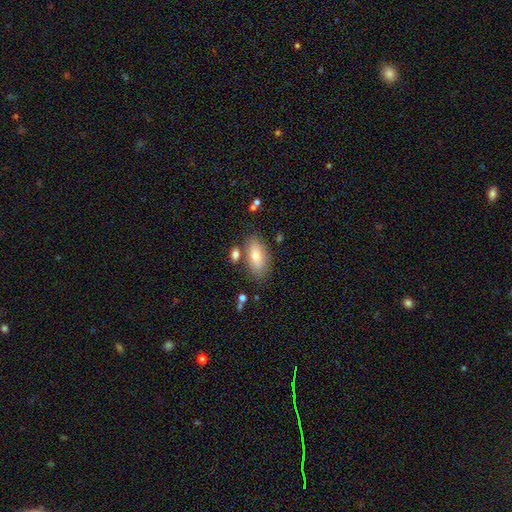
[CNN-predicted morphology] Smooth or featured? Predicted: smooth (p=0.79). How rounded? Predicted: in between (p=0.90). Merging? Predicted: none (p=0.77).